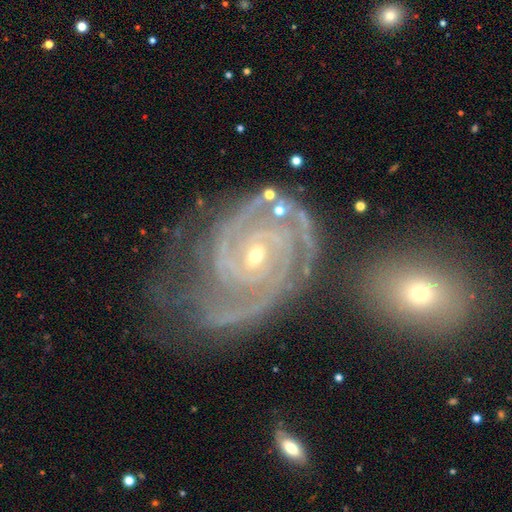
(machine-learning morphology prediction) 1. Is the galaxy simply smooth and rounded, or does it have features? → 91% featured or disk, 5% star or artifact, 4% smooth.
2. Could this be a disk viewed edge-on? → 97% no, 3% yes.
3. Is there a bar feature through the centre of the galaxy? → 48% no, 36% weak, 15% strong.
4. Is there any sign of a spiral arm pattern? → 98% yes, 2% no.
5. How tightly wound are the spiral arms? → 77% tight, 19% medium, 4% loose.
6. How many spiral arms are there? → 41% 2, 20% 3, 16% can't tell, 10% 4, 7% more than 4, 7% 1.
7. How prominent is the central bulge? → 71% small, 26% moderate, 1% large, 1% none, 1% dominant.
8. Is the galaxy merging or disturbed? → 57% none, 23% minor disturbance, 15% major disturbance, 4% merger.